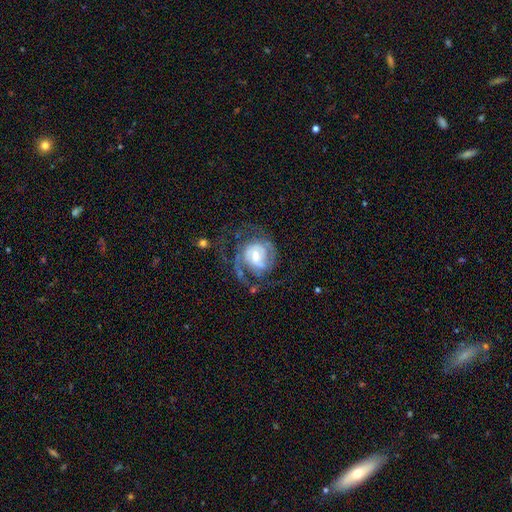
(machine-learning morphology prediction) smooth-or-featured: featured or disk: 83% | smooth: 12% | star or artifact: 6%
  disk-edge-on: no: 98% | yes: 2%
    bar: weak: 52% | no: 31% | strong: 18%
    has-spiral-arms: yes: 92% | no: 8%
      spiral-winding: tight: 42% | medium: 41% | loose: 17%
      spiral-arm-count: 2: 53% | can't tell: 19% | 3: 11% | 1: 10% | 4: 3% | more than 4: 3%
    bulge-size: moderate: 46% | small: 38% | large: 11% | none: 3% | dominant: 2%
  merging: none: 51% | major disturbance: 29% | minor disturbance: 17% | merger: 3%